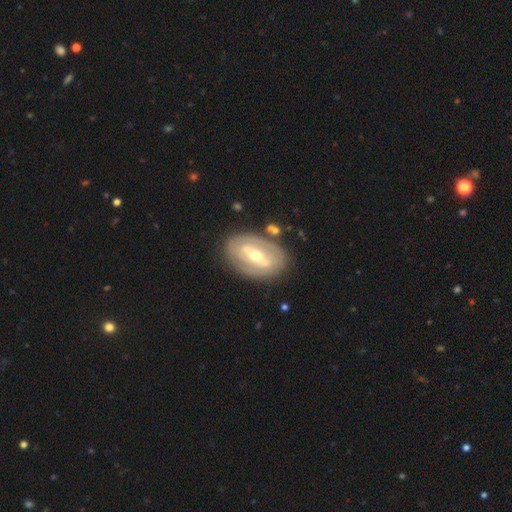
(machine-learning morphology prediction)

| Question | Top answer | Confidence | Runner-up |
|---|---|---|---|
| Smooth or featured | featured or disk | 74% | smooth (21%) |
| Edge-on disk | no | 91% | yes (9%) |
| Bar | strong | 56% | weak (29%) |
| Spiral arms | yes | 51% | no (49%) |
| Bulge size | moderate | 63% | small (32%) |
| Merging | none | 79% | minor disturbance (13%) |